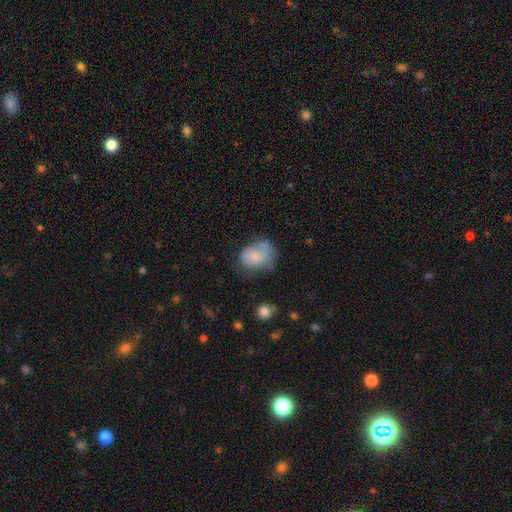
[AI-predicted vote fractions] Q: Smooth or featured?
A: smooth (66%); runner-up: featured or disk (26%)
Q: How rounded?
A: in between (63%); runner-up: round (36%)
Q: Merging?
A: none (36%); runner-up: minor disturbance (31%)